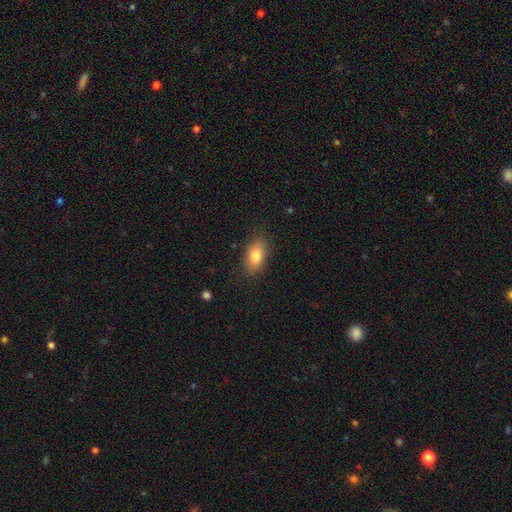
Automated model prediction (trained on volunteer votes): The model was most divided on "merging": none: 83%, minor disturbance: 13%, major disturbance: 3%, merger: 1%. More confident: how rounded — in between (88%); smooth or featured — smooth (82%).